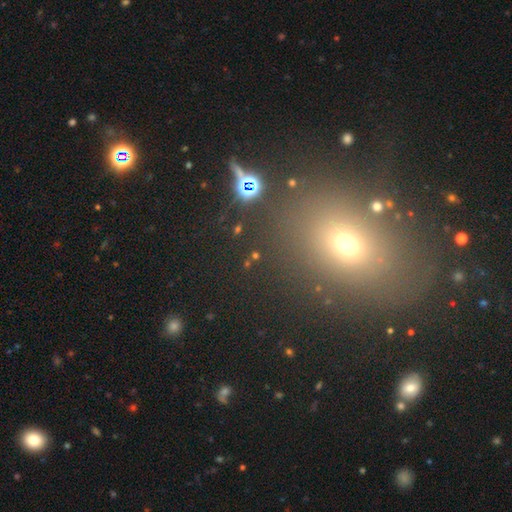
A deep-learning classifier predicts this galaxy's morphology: Smooth or featured? Predicted: star or artifact (p=0.54).